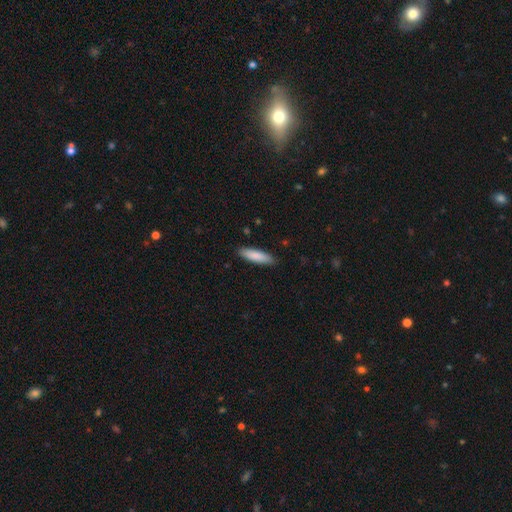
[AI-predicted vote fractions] This appears to be a smooth galaxy with no disk features (86%) that is cigar-shaped (65%). Merging: none (88%).